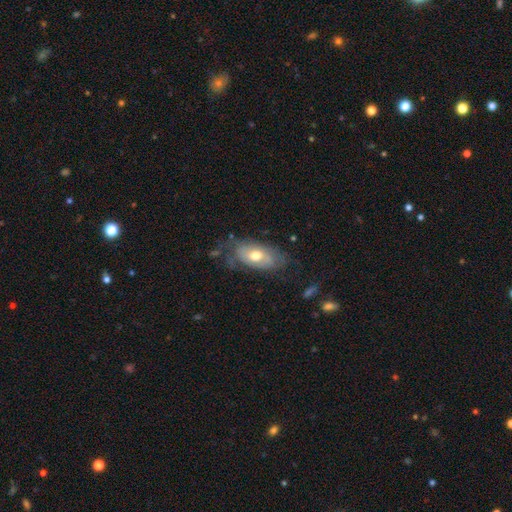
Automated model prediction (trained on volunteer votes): Smooth or featured? featured or disk (48%)
Merging? none (57%)